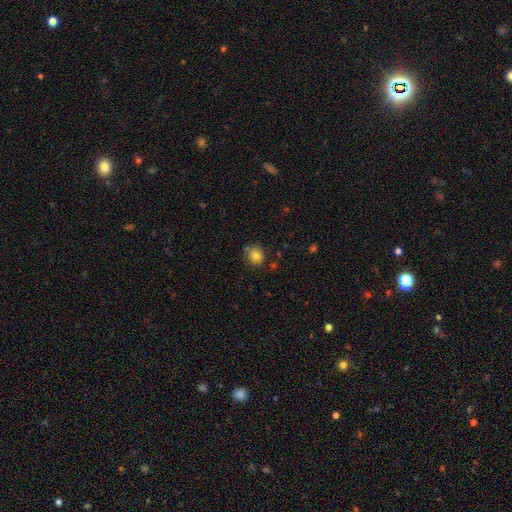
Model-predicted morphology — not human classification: The model was most divided on "merging": none: 73%, minor disturbance: 17%, merger: 6%, major disturbance: 4%. More confident: how rounded — round (80%); smooth or featured — smooth (80%).